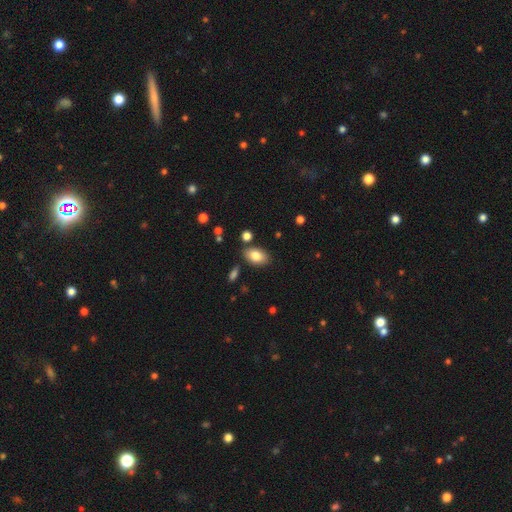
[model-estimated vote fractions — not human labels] smooth 83%, featured or disk 9%, star or artifact 8%. Down the decision tree: how rounded — in between (91%); merging — none (81%).